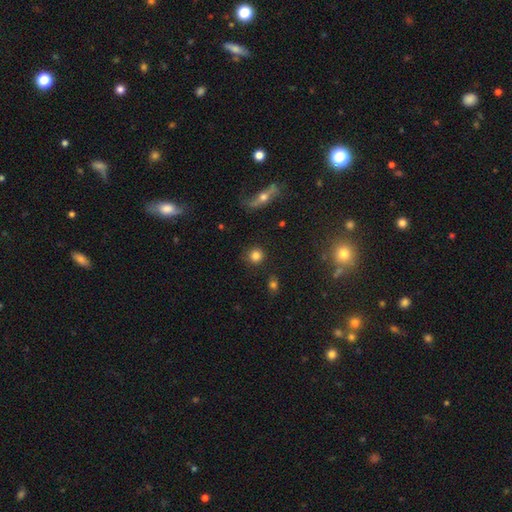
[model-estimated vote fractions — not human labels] This appears to be a smooth galaxy with no disk features (81%) that is round (92%). Merging: none (86%).